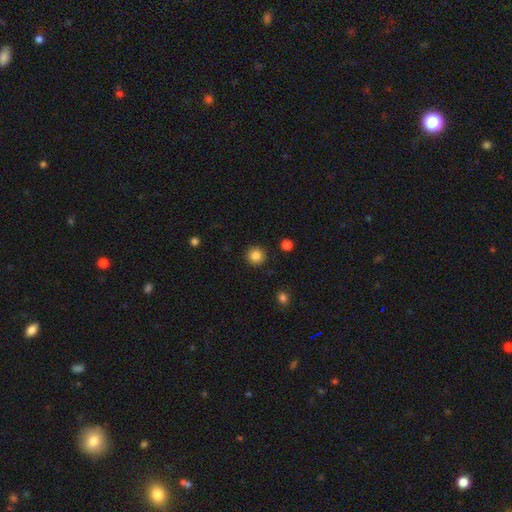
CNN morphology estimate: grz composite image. It shows a smooth galaxy with no disk features (85%) that is round (95%). Merging: none (92%).